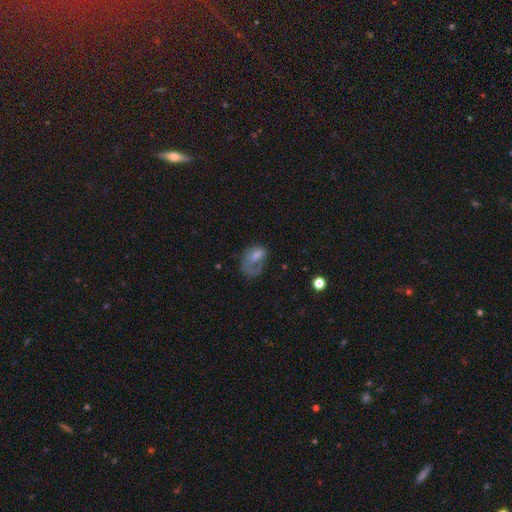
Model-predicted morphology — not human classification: smooth 47%, featured or disk 39%, star or artifact 14%. Down the decision tree: merging — major disturbance (42%).